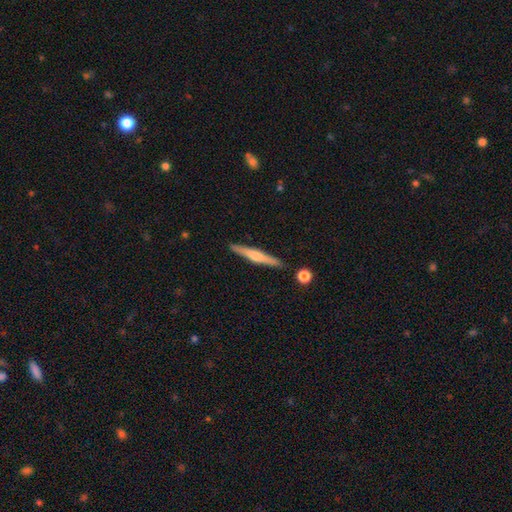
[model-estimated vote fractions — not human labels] Smooth or featured: featured or disk — 58% (smooth — 36%)
Edge-on disk: yes — 97% (no — 3%)
Edge-on bulge: rounded — 78% (none — 12%)
Merging: none — 89% (minor disturbance — 7%)